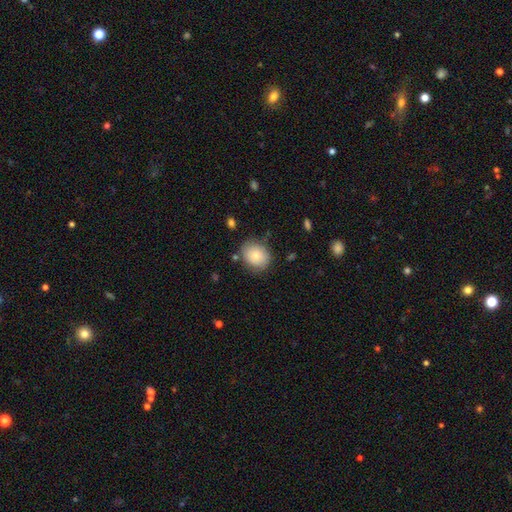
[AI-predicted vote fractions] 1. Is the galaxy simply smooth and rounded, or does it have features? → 78% smooth, 14% featured or disk, 8% star or artifact.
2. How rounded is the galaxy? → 61% round, 38% in between, 1% cigar-shaped.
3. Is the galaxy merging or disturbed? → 76% none, 17% minor disturbance, 5% major disturbance, 3% merger.